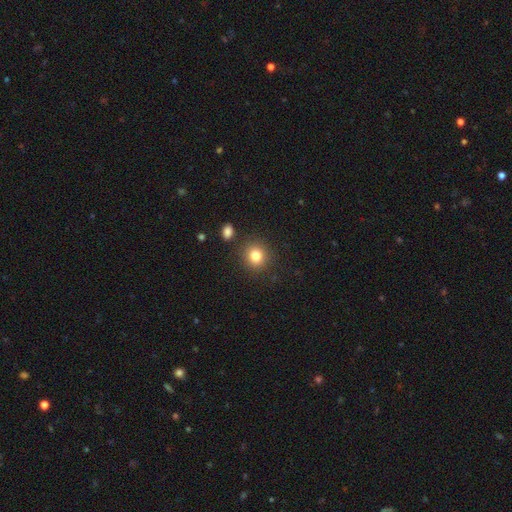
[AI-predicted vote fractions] The model was most divided on "smooth or featured": smooth: 82%, star or artifact: 11%, featured or disk: 7%. More confident: merging — none (87%); how rounded — round (86%).